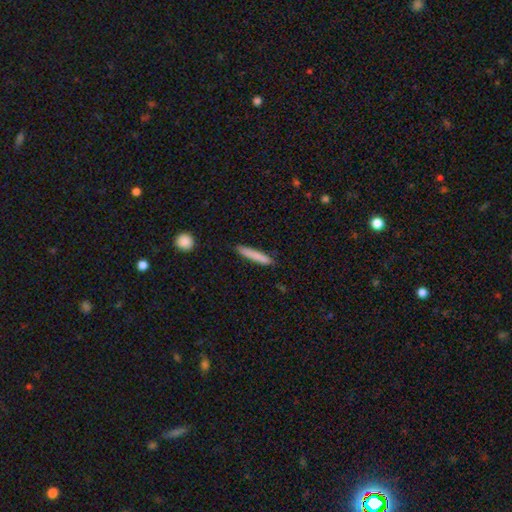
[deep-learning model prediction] Smooth or featured?
  - smooth: 81% *
  - featured or disk: 13%
  - star or artifact: 6%
How rounded?
  - cigar-shaped: 94% *
  - in between: 5%
  - round: 1%
Merging?
  - none: 86% *
  - minor disturbance: 11%
  - major disturbance: 2%
  - merger: 2%